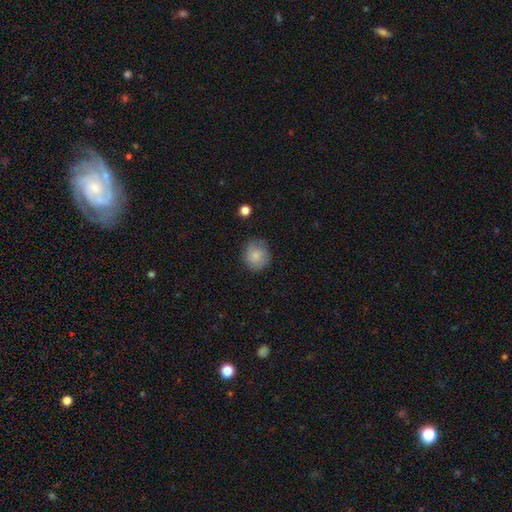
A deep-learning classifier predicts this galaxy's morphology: This is likely a smooth galaxy (79%). How rounded: clearly round (82%). Merging: likely none (73%).